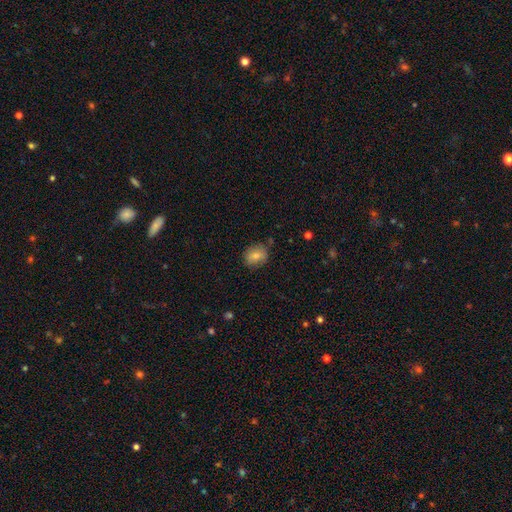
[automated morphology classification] This appears to be a smooth galaxy with no disk features (80%) that is in between round and cigar-shaped (51%). Merging: none (78%).